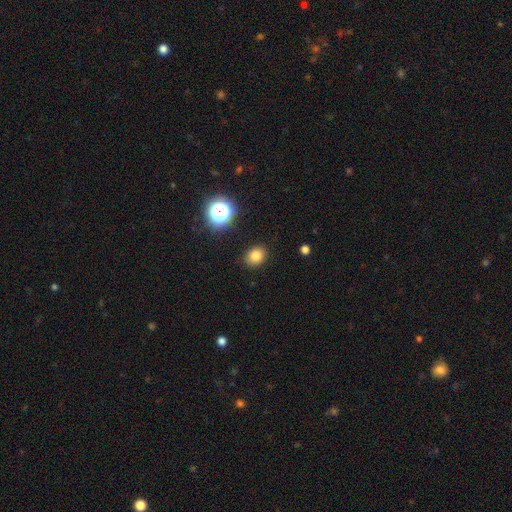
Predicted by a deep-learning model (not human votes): Q: Smooth or featured?
A: smooth (80%); runner-up: star or artifact (14%)
Q: How rounded?
A: round (57%); runner-up: in between (42%)
Q: Merging?
A: none (87%); runner-up: minor disturbance (9%)